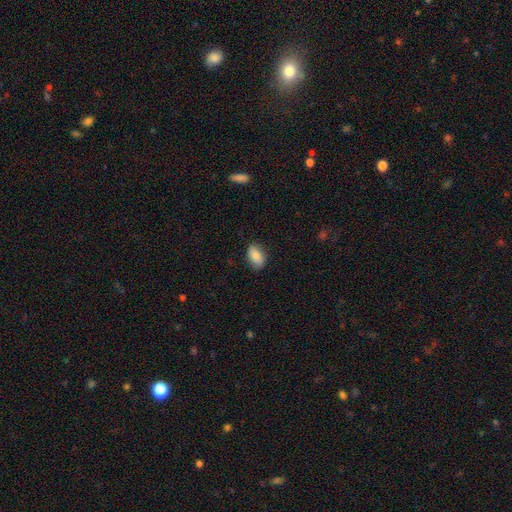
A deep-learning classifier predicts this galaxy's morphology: Q: Smooth or featured?
A: smooth (84%); runner-up: featured or disk (9%)
Q: How rounded?
A: in between (91%); runner-up: round (7%)
Q: Merging?
A: none (83%); runner-up: minor disturbance (14%)